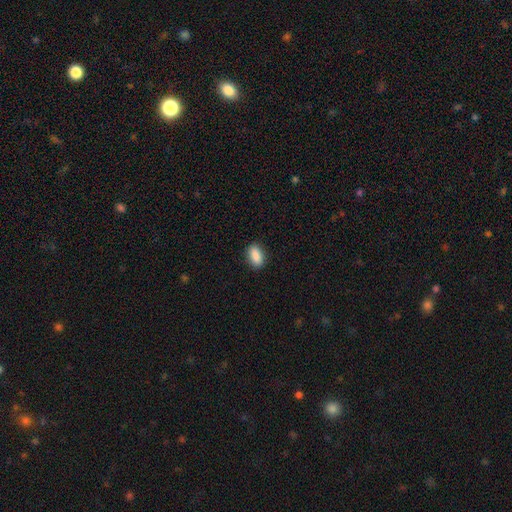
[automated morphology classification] smooth 89%, star or artifact 7%, featured or disk 4%. Down the decision tree: how rounded — in between (88%); merging — none (88%).